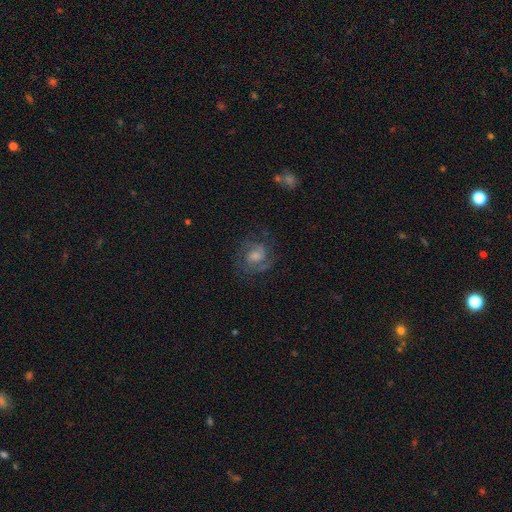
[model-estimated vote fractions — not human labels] Smooth or featured: featured or disk — 75% (smooth — 16%)
Edge-on disk: no — 98% (yes — 2%)
Bar: no — 47% (weak — 45%)
Spiral arms: yes — 94% (no — 6%)
Spiral winding: medium — 49% (tight — 38%)
Spiral arm count: 2 — 72% (can't tell — 12%)
Bulge size: moderate — 42% (small — 31%)
Merging: none — 73% (minor disturbance — 16%)